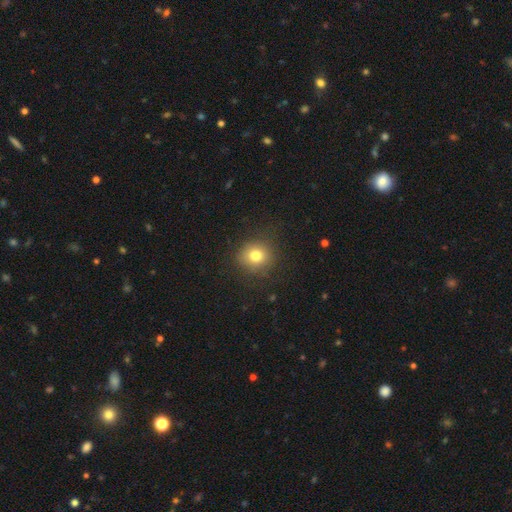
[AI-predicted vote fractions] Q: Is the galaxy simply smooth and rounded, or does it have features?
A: smooth — 78%.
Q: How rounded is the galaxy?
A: round — 86%.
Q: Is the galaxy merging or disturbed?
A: none — 87%.